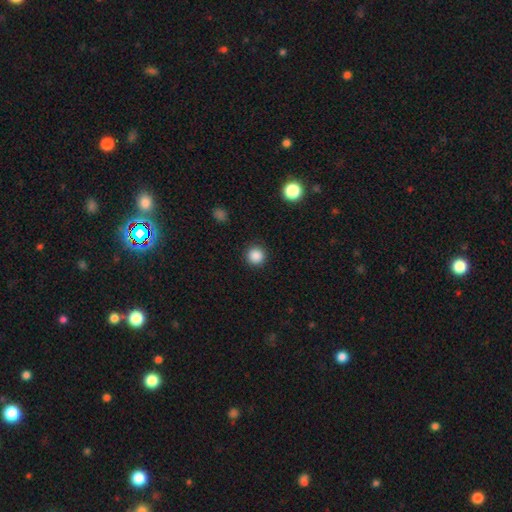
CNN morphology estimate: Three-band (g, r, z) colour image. It shows a smooth galaxy with no disk features (86%) that is round (95%). Merging: none (91%).